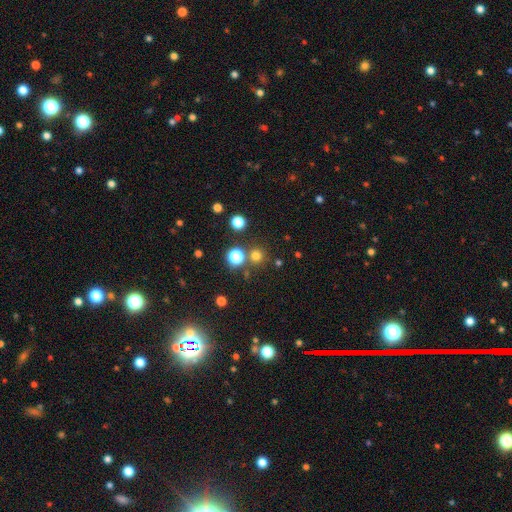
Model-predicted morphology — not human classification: A smooth galaxy with no disk features (71%) that is round (94%).

Vote fractions:
- Smooth or featured? smooth: 71% / star or artifact: 23% / featured or disk: 6%
- How rounded? round: 94% / in between: 6% / cigar-shaped: 1%
- Merging? none: 79% / merger: 11% / minor disturbance: 6% / major disturbance: 3%